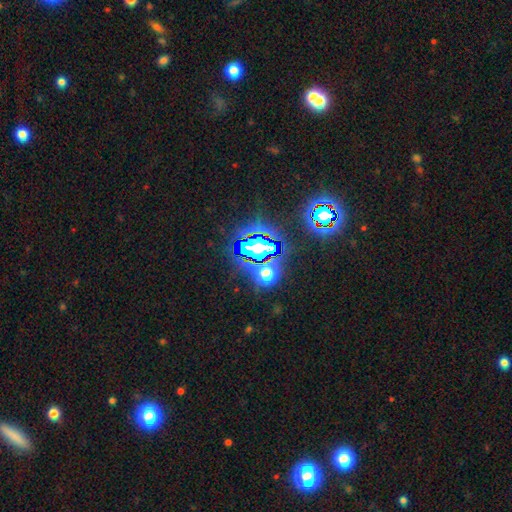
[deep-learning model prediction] This appears to be a star or artifact, not a galaxy (81%).